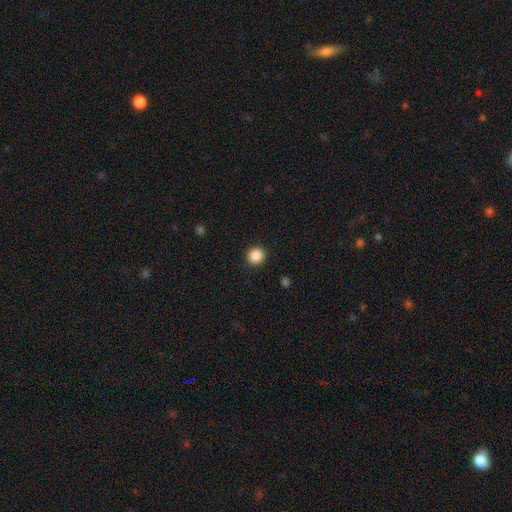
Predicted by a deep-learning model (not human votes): Smooth or featured? smooth (88%)
How rounded? round (93%)
Merging? none (92%)